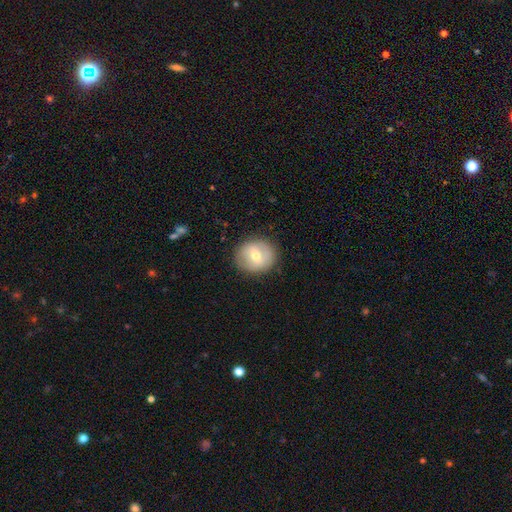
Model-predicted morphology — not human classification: smooth_or_featured: smooth (p=0.54) [alt: featured or disk p=0.38]
how_rounded: round (p=0.81) [alt: in between p=0.18]
merging: none (p=0.85) [alt: minor disturbance p=0.11]